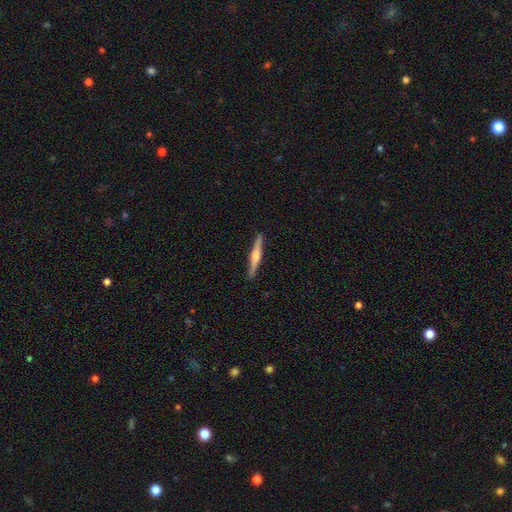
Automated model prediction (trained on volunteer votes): This is likely a featured or disk galaxy (64%). It is clearly viewed edge-on (98%). Edge-on bulge: likely rounded (76%). Merging: clearly none (91%).